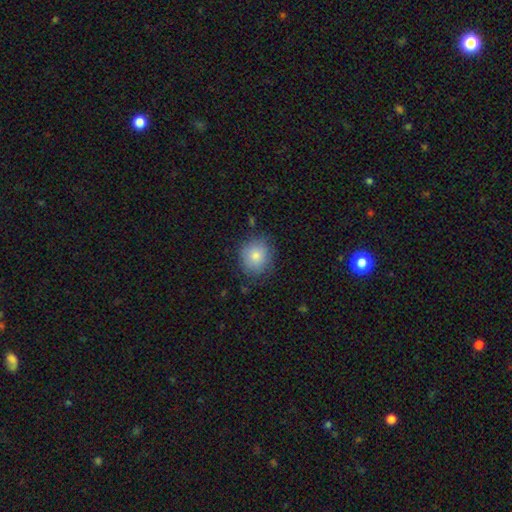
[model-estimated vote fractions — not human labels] smooth-or-featured: smooth: 81% | featured or disk: 10% | star or artifact: 9%
  how-rounded: round: 78% | in between: 21% | cigar-shaped: 1%
  merging: none: 77% | minor disturbance: 17% | major disturbance: 5% | merger: 1%